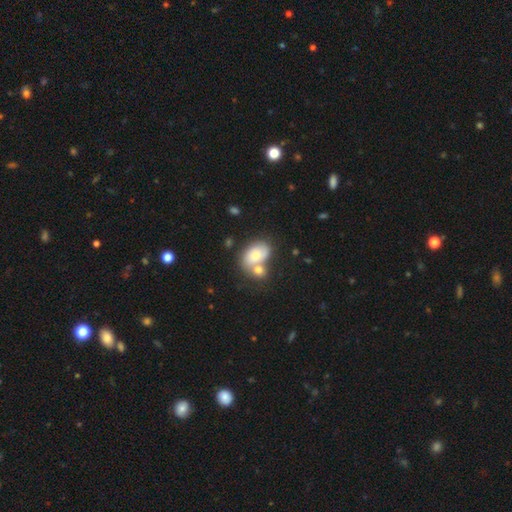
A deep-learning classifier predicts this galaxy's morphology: This appears to be a smooth galaxy with no disk features (65%) that is in between round and cigar-shaped (82%). Merging: merger (47%).